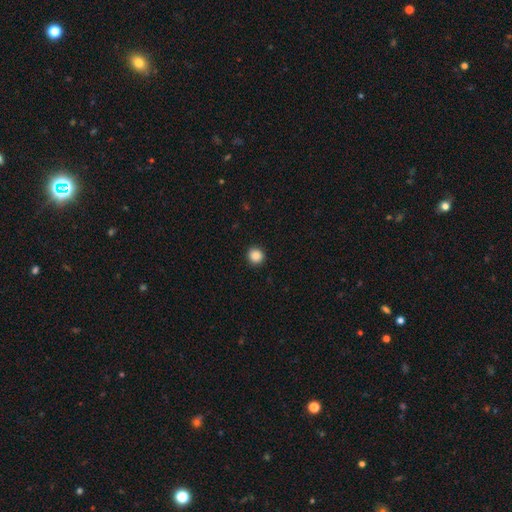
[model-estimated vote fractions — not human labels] Smooth or featured?
  - smooth: 88% *
  - star or artifact: 10%
  - featured or disk: 2%
How rounded?
  - round: 93% *
  - in between: 6%
  - cigar-shaped: 1%
Merging?
  - none: 92% *
  - minor disturbance: 5%
  - major disturbance: 2%
  - merger: 1%